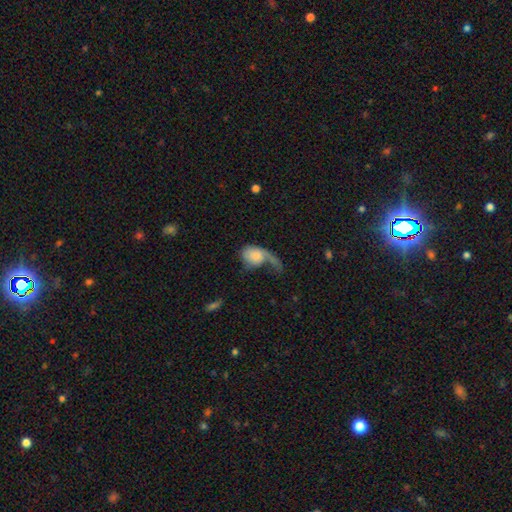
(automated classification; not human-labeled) Q: Smooth or featured?
A: smooth (55%); runner-up: featured or disk (39%)
Q: How rounded?
A: in between (65%); runner-up: round (33%)
Q: Merging?
A: major disturbance (59%); runner-up: none (18%)